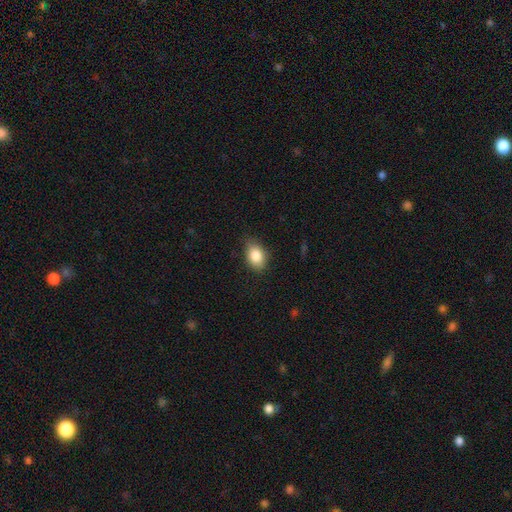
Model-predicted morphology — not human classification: A smooth galaxy with no disk features (85%) that is in between round and cigar-shaped (80%). Merging: none (76%).